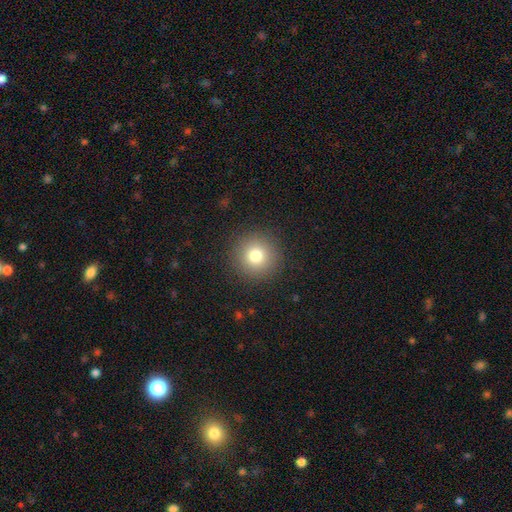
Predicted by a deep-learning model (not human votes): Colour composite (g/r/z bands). It shows a smooth galaxy with no disk features (78%) that is round (96%). Merging: none (91%).